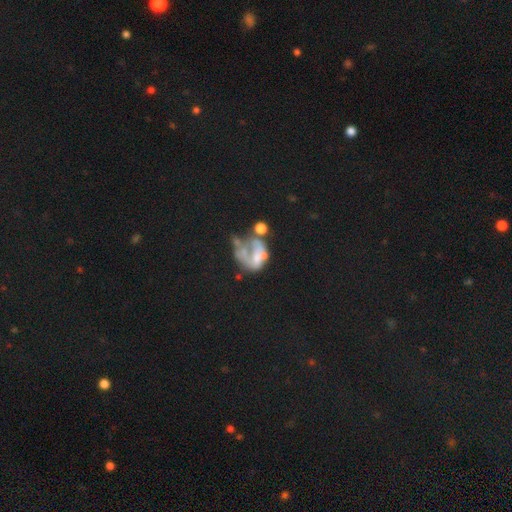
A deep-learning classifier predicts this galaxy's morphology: This is possibly a featured or disk galaxy (55%). It is clearly not viewed edge-on (98%). Bar: clearly no (86%). Spiral arm pattern: clearly no (85%). Central bulge: likely none (62%). Merging: marginally major disturbance (38%).